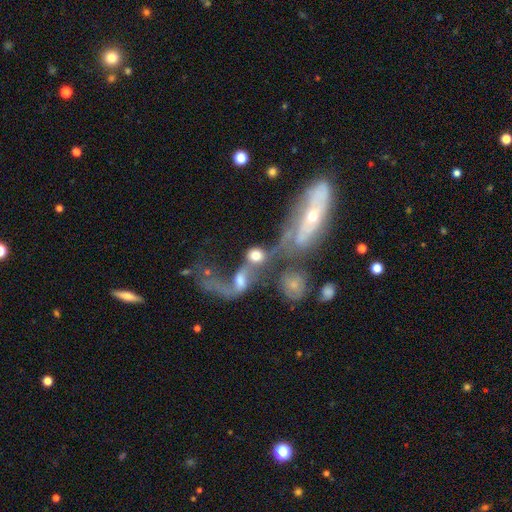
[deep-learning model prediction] This is possibly a smooth galaxy (48%). Merging: likely merger (64%).